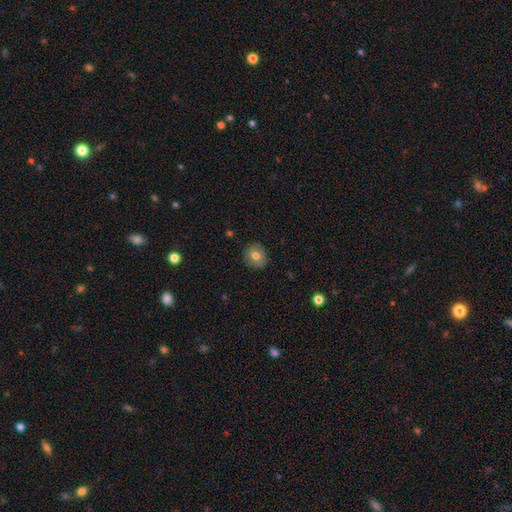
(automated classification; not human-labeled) A smooth galaxy with no disk features (74%) that is round (80%). Merging: none (87%).